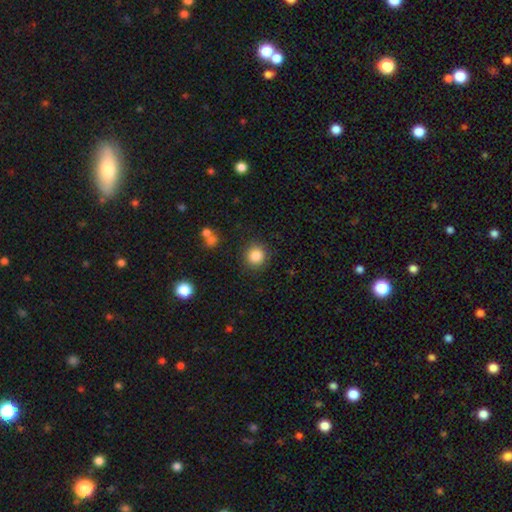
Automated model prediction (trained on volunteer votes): Smooth or featured: smooth — 84% (star or artifact — 10%)
How rounded: round — 92% (in between — 7%)
Merging: none — 87% (minor disturbance — 8%)